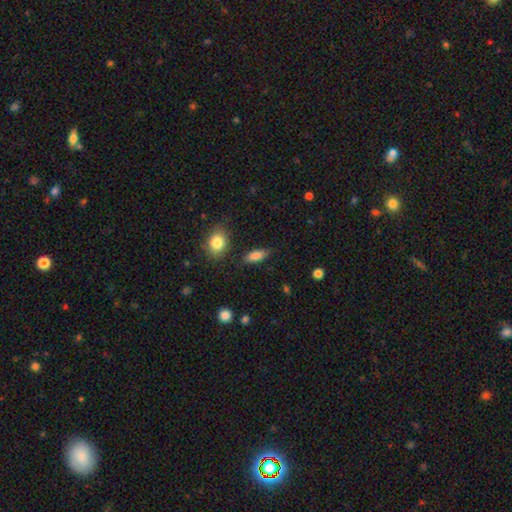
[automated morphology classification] smooth 82%, featured or disk 10%, star or artifact 8%. Down the decision tree: how rounded — in between (75%); merging — none (81%).